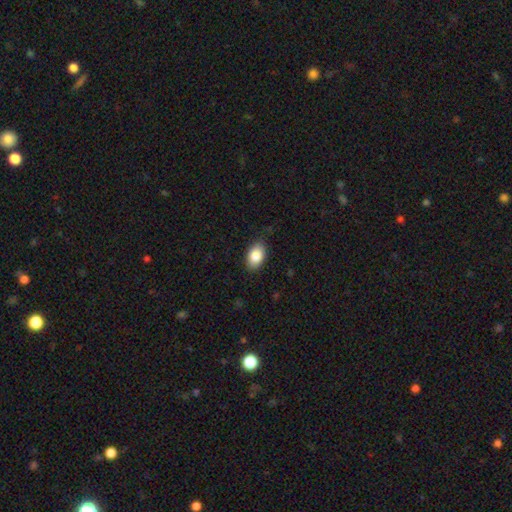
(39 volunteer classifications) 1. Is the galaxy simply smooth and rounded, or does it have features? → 90% smooth, 10% featured or disk, 0% star or artifact.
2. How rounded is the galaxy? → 91% in between, 6% round, 3% cigar-shaped.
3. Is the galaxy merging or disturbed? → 82% none, 13% minor disturbance, 5% major disturbance, 0% merger.